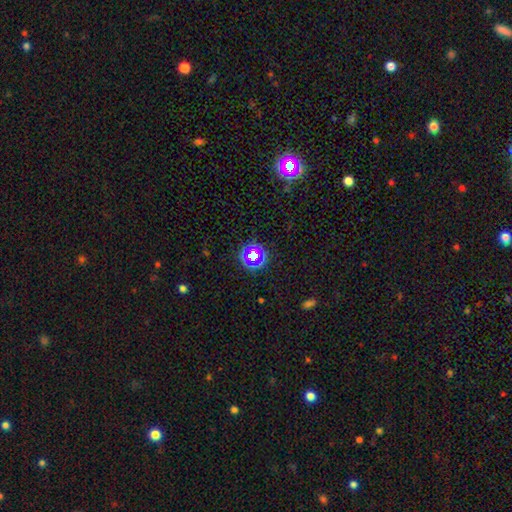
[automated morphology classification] Smooth or featured: star or artifact — 55% (smooth — 32%)